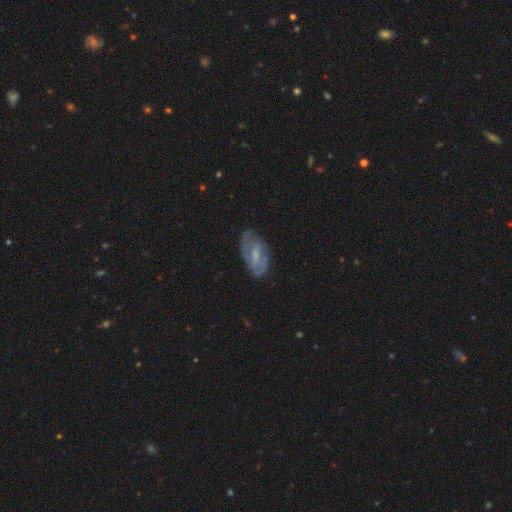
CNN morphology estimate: The model was most divided on "spiral winding": tight: 42%, medium: 41%, loose: 17%. Remaining: edge-on disk — no (93%); spiral arms — yes (82%); smooth or featured — featured or disk (68%); merging — none (66%); bar — weak (52%); bulge size — small (43%); spiral arm count — 2 (40%).